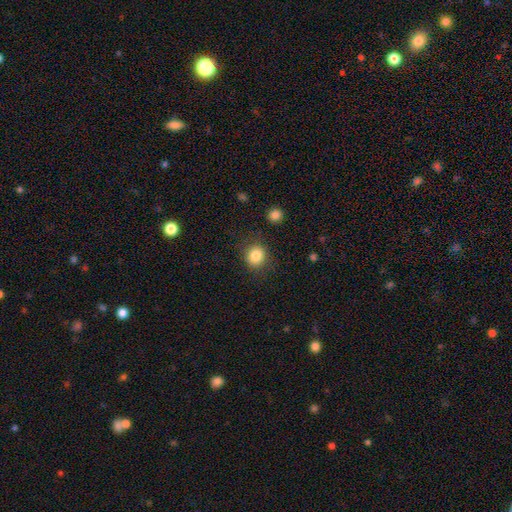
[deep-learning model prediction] Morphology: type=smooth (84%); roundness=round (79%); merging=none (84%).